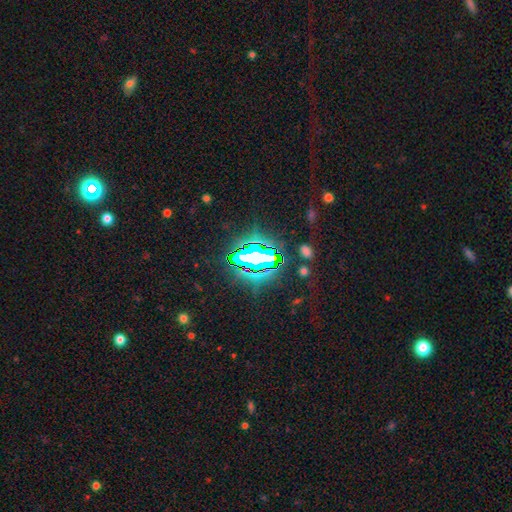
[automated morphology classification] This appears to be a star or artifact, not a galaxy (77%).